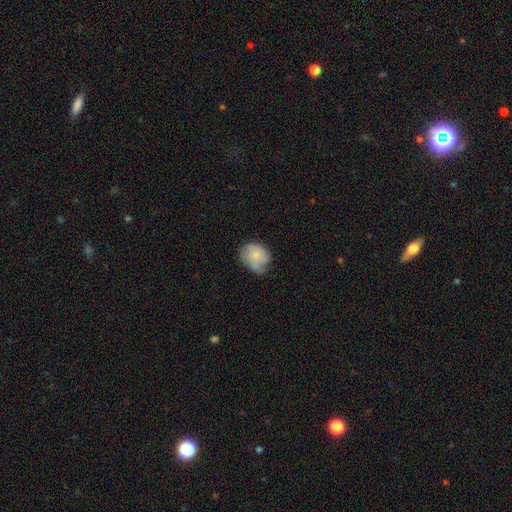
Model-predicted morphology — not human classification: Smooth or featured? smooth (67%)
How rounded? round (57%)
Merging? none (44%)